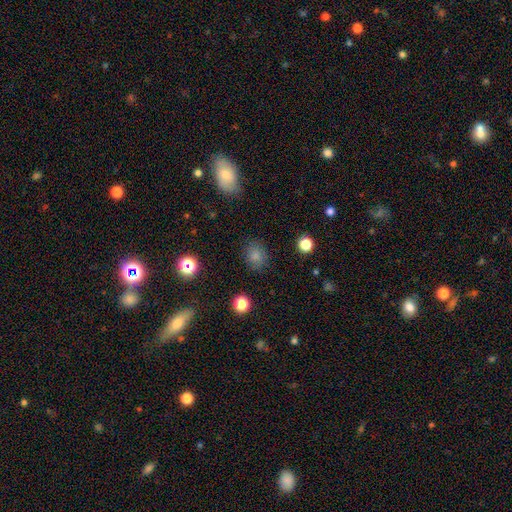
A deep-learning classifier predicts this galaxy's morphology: This is clearly a smooth galaxy (80%). How rounded: likely round (63%). Merging: clearly none (84%).